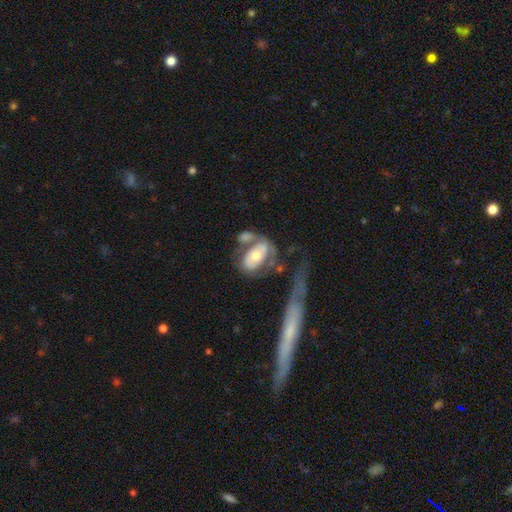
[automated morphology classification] A featured or disk galaxy (53%).

Vote fractions:
- Smooth or featured? featured or disk: 53% / smooth: 41% / star or artifact: 6%
- Edge-on disk? no: 91% / yes: 9%
- Merging? merger: 35% / none: 28% / major disturbance: 23% / minor disturbance: 15%